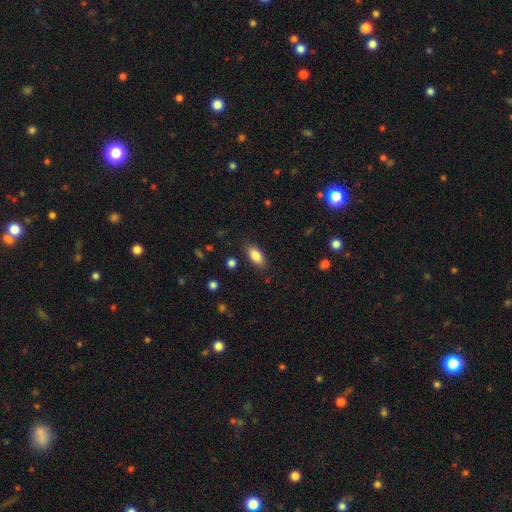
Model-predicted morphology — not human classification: smooth-or-featured: smooth: 85% | star or artifact: 7% | featured or disk: 7%
  how-rounded: in between: 88% | cigar-shaped: 9% | round: 3%
  merging: none: 85% | minor disturbance: 10% | major disturbance: 3% | merger: 2%